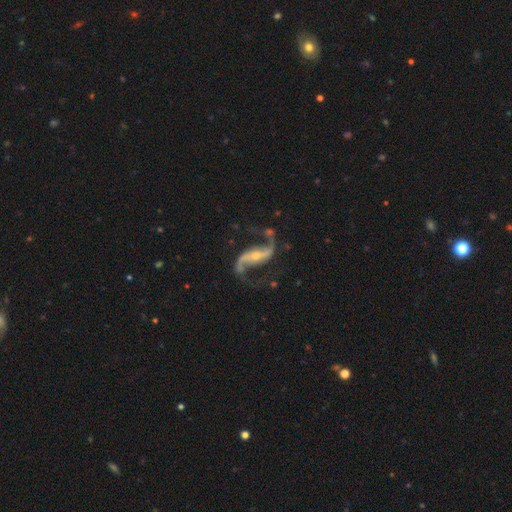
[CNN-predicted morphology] This appears to be a featured or disk galaxy (92%) with a strong bar (44%), 2 (94%) loose (74%) spiral arms (97%) and a small central bulge (58%). Merging: none (74%).